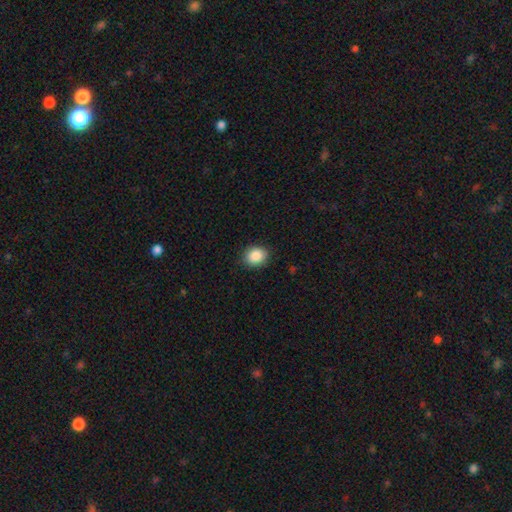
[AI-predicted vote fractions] This appears to be a smooth galaxy with no disk features (88%) that is round (60%). Merging: none (88%).